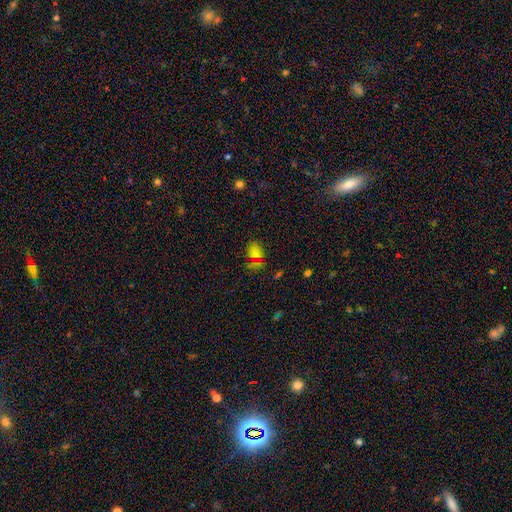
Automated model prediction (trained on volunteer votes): This appears to be a smooth galaxy with no disk features (59%) that is in between round and cigar-shaped (54%). Merging: none (72%).